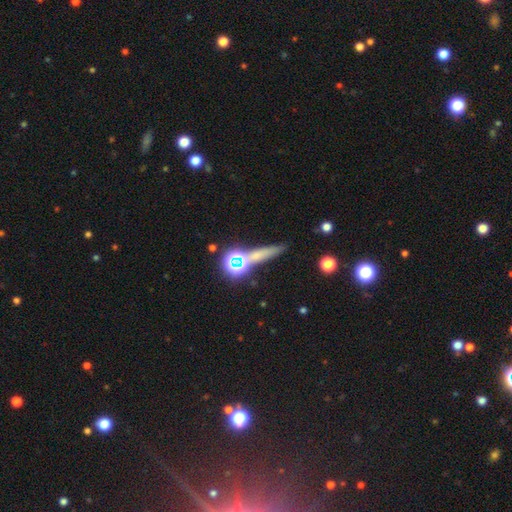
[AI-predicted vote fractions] This is marginally a smooth galaxy (43%). Merging: likely none (69%).